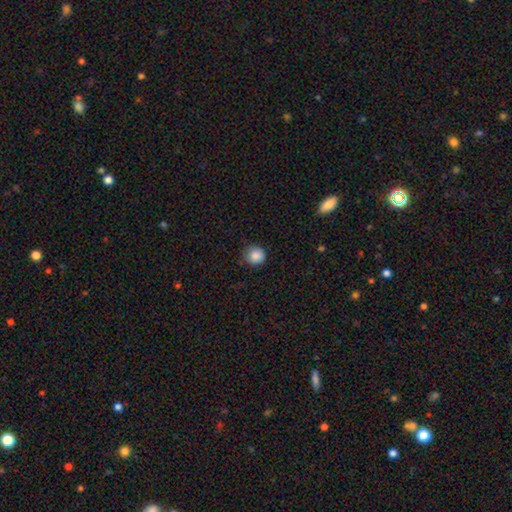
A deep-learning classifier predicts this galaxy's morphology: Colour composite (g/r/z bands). It shows a smooth galaxy with no disk features (87%) that is round (93%). Merging: none (82%).